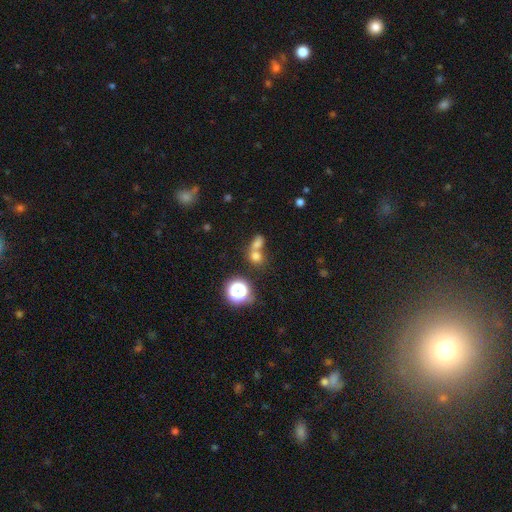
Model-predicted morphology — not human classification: Smooth or featured? smooth (69%)
How rounded? round (62%)
Merging? merger (58%)